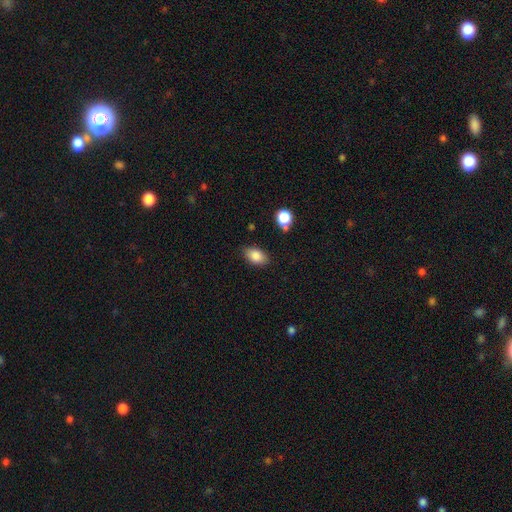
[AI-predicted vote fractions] The model was most divided on "merging": none: 82%, minor disturbance: 13%, major disturbance: 3%, merger: 2%. More confident: how rounded — in between (89%); smooth or featured — smooth (85%).